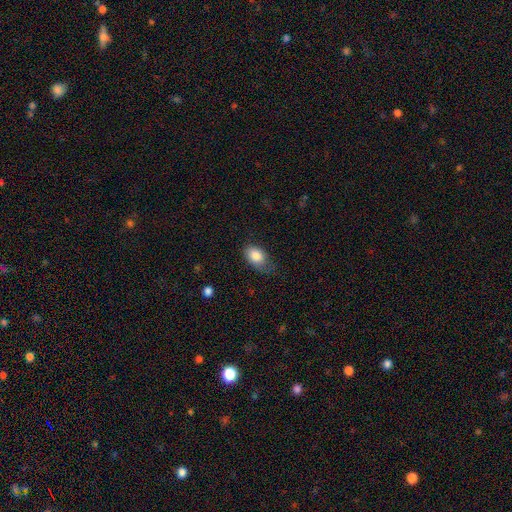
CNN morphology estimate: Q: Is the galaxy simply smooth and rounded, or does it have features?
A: smooth — 83%.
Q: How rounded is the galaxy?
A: in between — 88%.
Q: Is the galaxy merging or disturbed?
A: none — 53%.